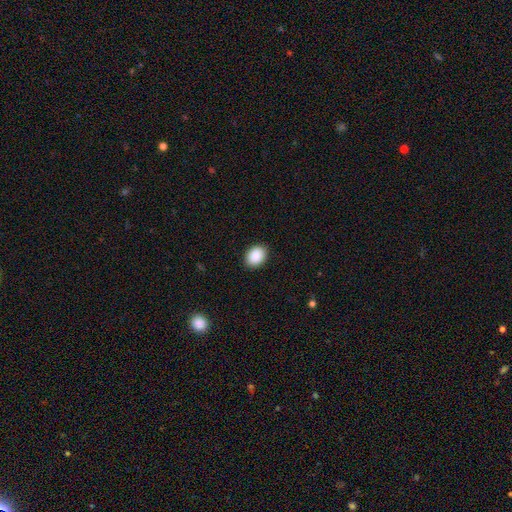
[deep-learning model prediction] Smooth or featured?
  - smooth: 90% *
  - star or artifact: 7%
  - featured or disk: 2%
How rounded?
  - in between: 68% *
  - round: 31%
  - cigar-shaped: 1%
Merging?
  - none: 91% *
  - minor disturbance: 7%
  - major disturbance: 2%
  - merger: 1%